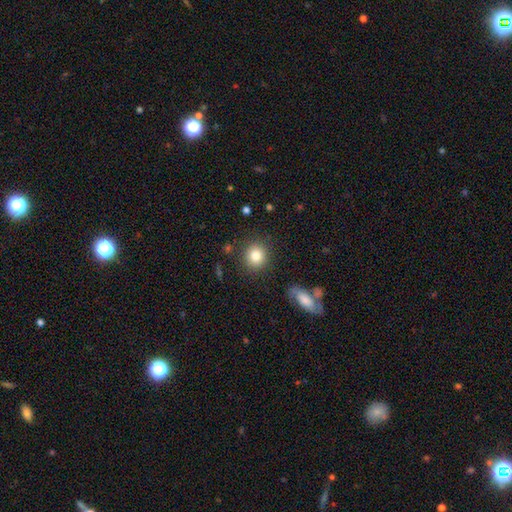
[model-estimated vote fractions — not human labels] Morphology: type=smooth (82%); roundness=round (86%); merging=none (87%).